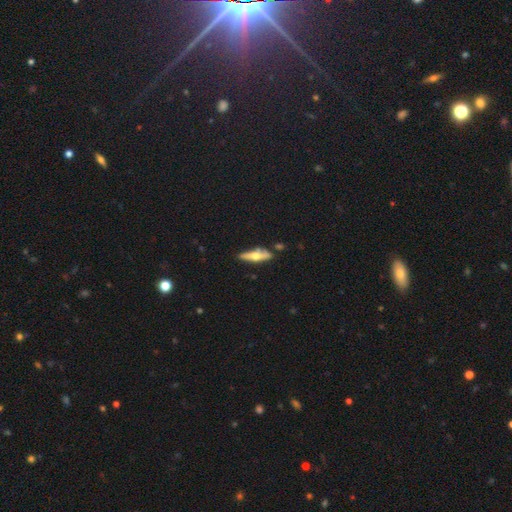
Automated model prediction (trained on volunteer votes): Overall: featured or disk (55%; smooth 39%). Edge-on disk: yes (86%). Merging: none (72%).